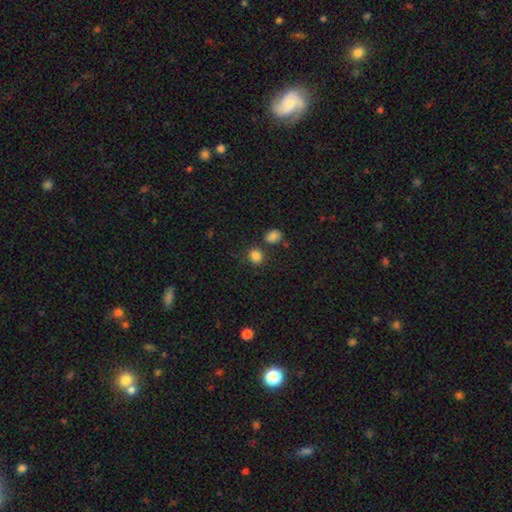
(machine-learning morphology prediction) A smooth galaxy with no disk features (83%) that is round (70%). Merging: none (73%).